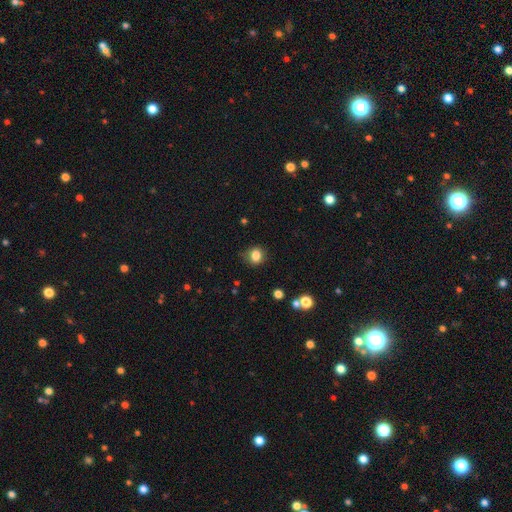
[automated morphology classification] Smooth or featured?
  - smooth: 83% *
  - star or artifact: 11%
  - featured or disk: 6%
How rounded?
  - round: 74% *
  - in between: 25%
  - cigar-shaped: 1%
Merging?
  - none: 74% *
  - minor disturbance: 19%
  - major disturbance: 4%
  - merger: 2%